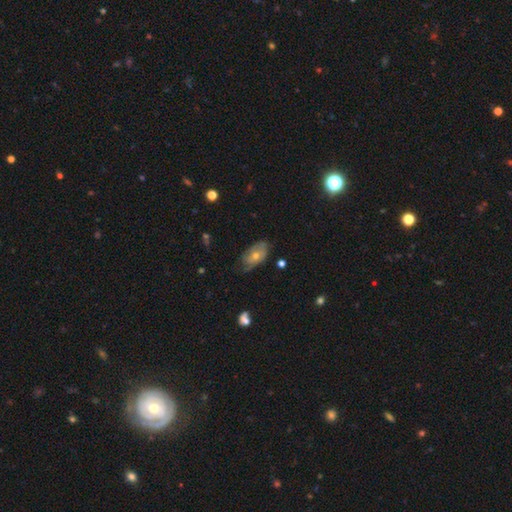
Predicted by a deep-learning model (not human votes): smooth-or-featured: featured or disk: 53% | smooth: 34% | star or artifact: 12%
  disk-edge-on: no: 90% | yes: 10%
  merging: none: 63% | minor disturbance: 26% | major disturbance: 9% | merger: 2%